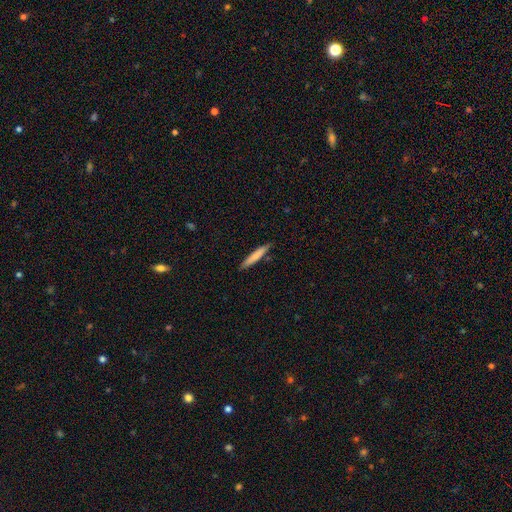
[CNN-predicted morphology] Q: Smooth or featured?
A: smooth (76%); runner-up: featured or disk (19%)
Q: How rounded?
A: cigar-shaped (94%); runner-up: in between (5%)
Q: Merging?
A: none (87%); runner-up: minor disturbance (10%)